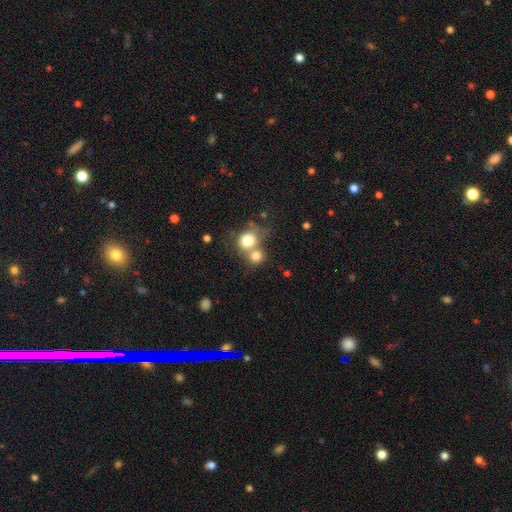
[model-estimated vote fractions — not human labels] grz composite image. It shows a smooth galaxy with no disk features (77%) that is round (72%). Merging: merger (56%).